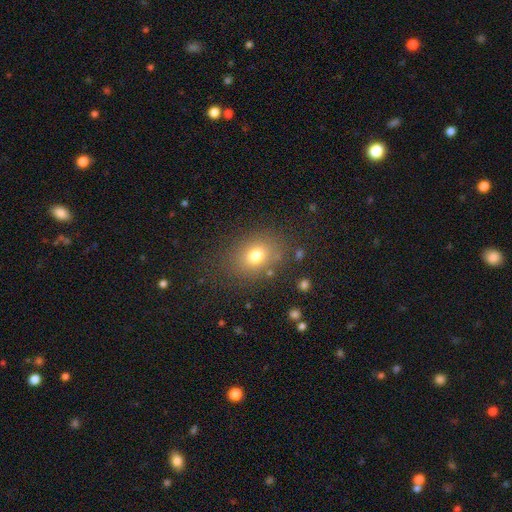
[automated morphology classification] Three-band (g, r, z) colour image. It shows a smooth galaxy with no disk features (75%) that is in between round and cigar-shaped (60%). Merging: none (78%).